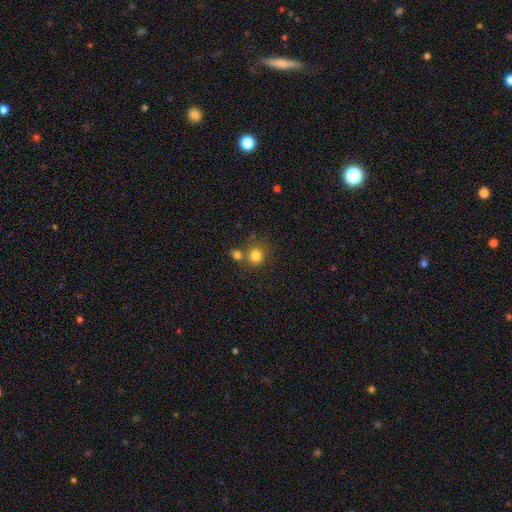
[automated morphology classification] Q: Smooth or featured?
A: smooth (81%); runner-up: star or artifact (12%)
Q: How rounded?
A: round (88%); runner-up: in between (12%)
Q: Merging?
A: none (61%); runner-up: merger (25%)